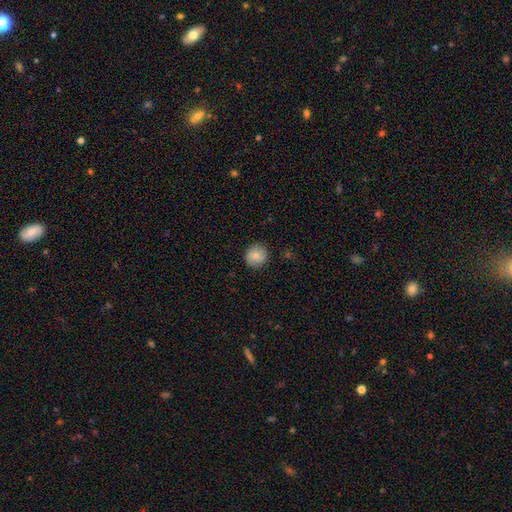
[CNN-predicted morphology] Smooth or featured?
  - smooth: 82% *
  - featured or disk: 11%
  - star or artifact: 8%
How rounded?
  - round: 91% *
  - in between: 8%
  - cigar-shaped: 1%
Merging?
  - none: 89% *
  - minor disturbance: 8%
  - major disturbance: 2%
  - merger: 1%